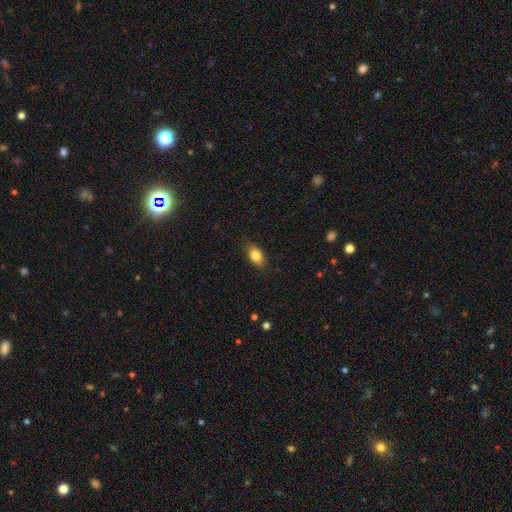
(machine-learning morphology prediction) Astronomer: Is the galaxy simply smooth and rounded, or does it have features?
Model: smooth — 82%.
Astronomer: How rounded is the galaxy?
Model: in between — 83%.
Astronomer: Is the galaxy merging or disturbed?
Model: none — 82%.